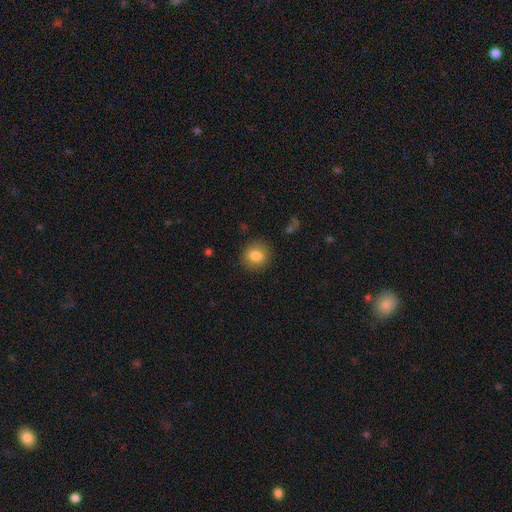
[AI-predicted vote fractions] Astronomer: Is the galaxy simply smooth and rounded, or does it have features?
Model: smooth — 82%.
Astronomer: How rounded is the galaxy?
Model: round — 82%.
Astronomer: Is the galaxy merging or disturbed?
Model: none — 89%.